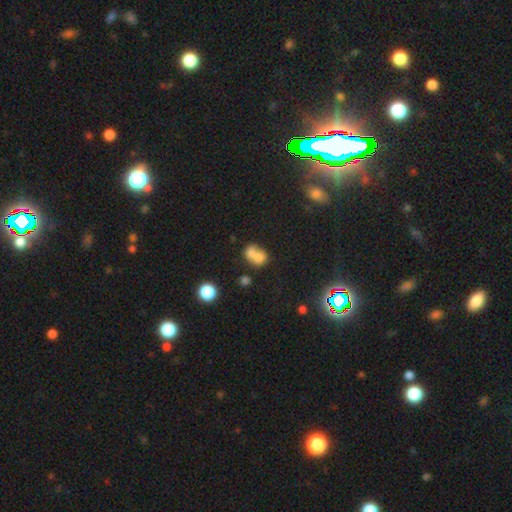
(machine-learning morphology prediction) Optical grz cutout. It shows a smooth galaxy with no disk features (70%) that is round (56%). Merging: merger (67%).